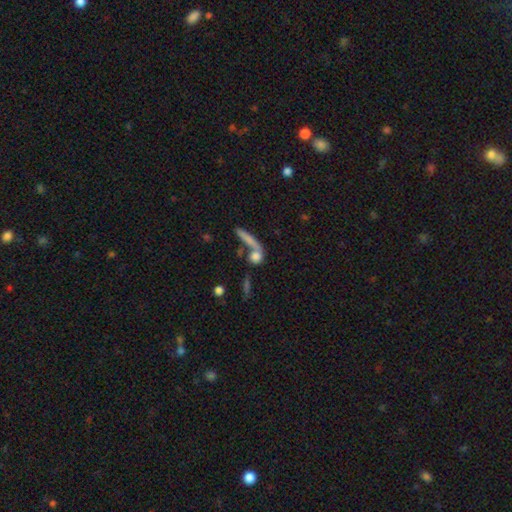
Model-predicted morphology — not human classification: The model was most divided on "how rounded": round: 41%, cigar-shaped: 35%, in between: 24%. Remaining: smooth or featured — smooth (69%); merging — none (50%).